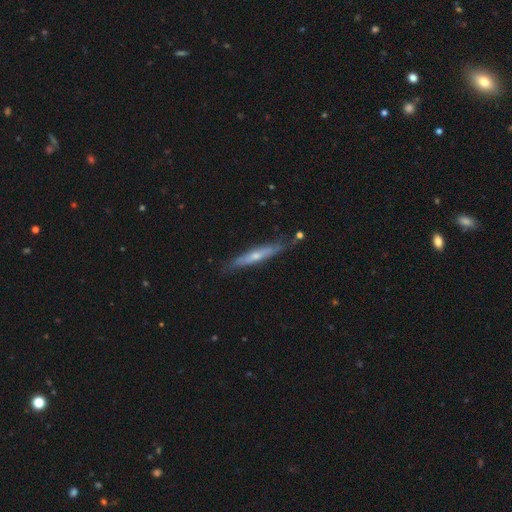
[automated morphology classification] Overall: featured or disk (58%; smooth 36%). Edge-on disk: yes (87%). Edge-on bulge: rounded (64%; none 32%). Merging: none (78%).